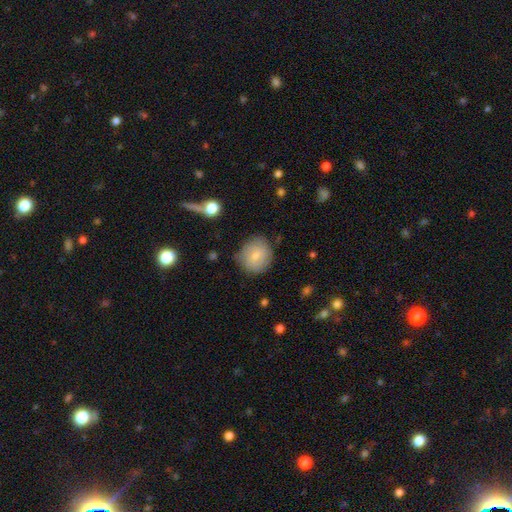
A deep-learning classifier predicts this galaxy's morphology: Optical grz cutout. It shows a smooth galaxy with no disk features (72%) that is round (81%). Merging: none (78%).